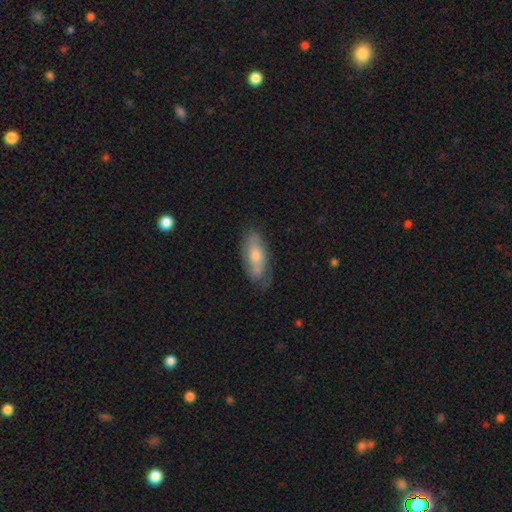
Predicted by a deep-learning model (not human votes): A smooth galaxy with no disk features (51%) that is in between round and cigar-shaped (79%).

Vote fractions:
- Smooth or featured? smooth: 51% / featured or disk: 42% / star or artifact: 7%
- How rounded? in between: 79% / cigar-shaped: 18% / round: 3%
- Merging? none: 65% / minor disturbance: 25% / major disturbance: 7% / merger: 2%